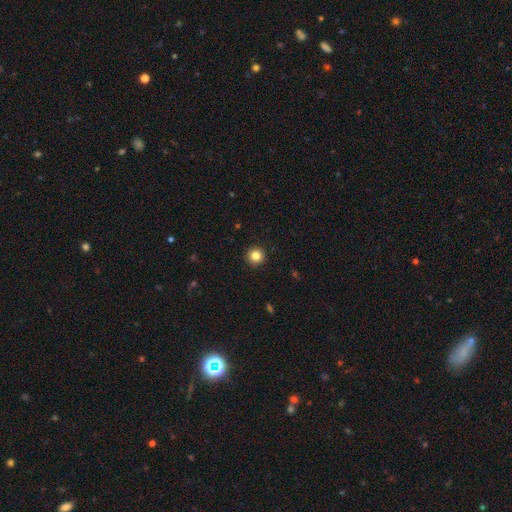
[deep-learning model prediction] A smooth galaxy with no disk features (84%) that is round (96%). Merging: none (93%).